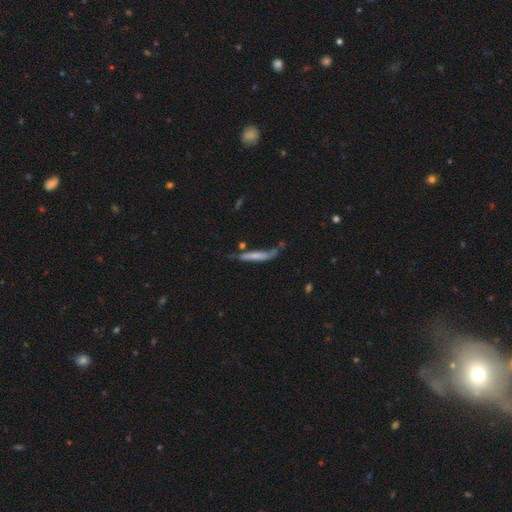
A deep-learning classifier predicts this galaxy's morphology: Q: Smooth or featured?
A: smooth (57%); runner-up: featured or disk (35%)
Q: How rounded?
A: cigar-shaped (90%); runner-up: in between (9%)
Q: Merging?
A: none (47%); runner-up: minor disturbance (27%)